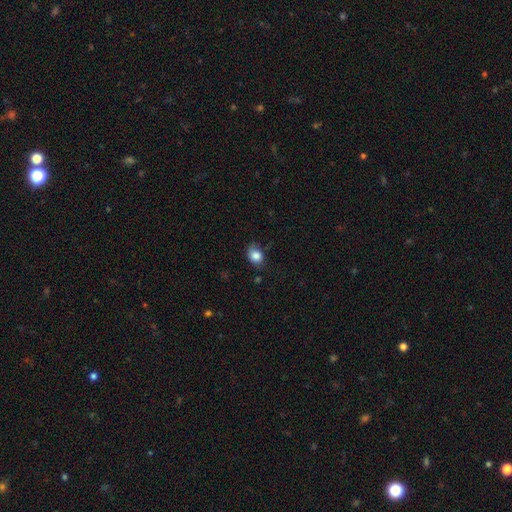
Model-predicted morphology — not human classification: Smooth or featured? Predicted: smooth (p=0.83). How rounded? Predicted: round (p=0.50). Merging? Predicted: none (p=0.63).